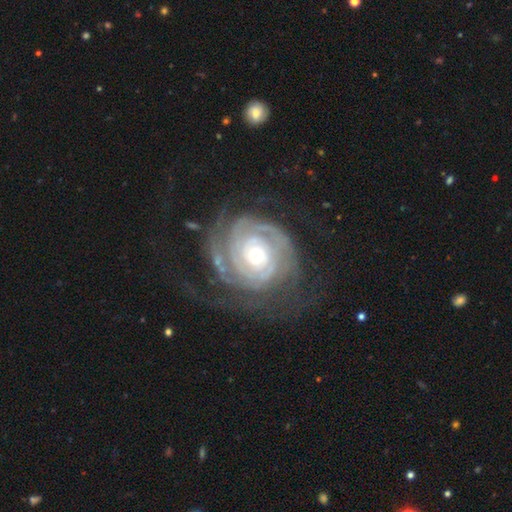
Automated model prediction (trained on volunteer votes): Morphology: type=featured or disk (88%); edge-on=no (97%); bar=no (78%); spiral arms=yes (95%); winding=tight (79%); arm count=can't tell (31%); bulge=moderate (48%); merging=none (60%).